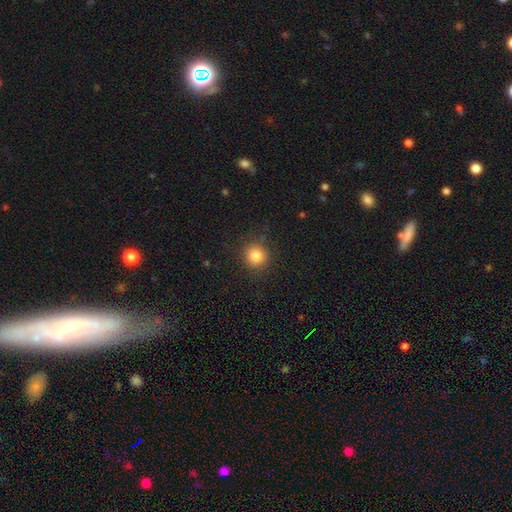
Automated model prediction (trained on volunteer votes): This appears to be a smooth galaxy with no disk features (83%) that is round (93%). Merging: none (88%).